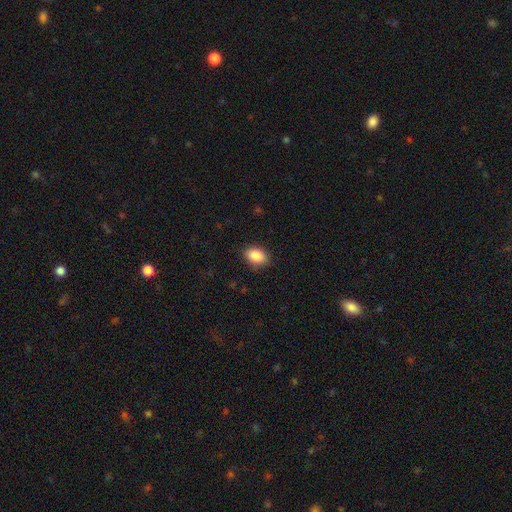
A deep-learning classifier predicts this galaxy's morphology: smooth-or-featured: smooth: 89% | star or artifact: 8% | featured or disk: 4%
  how-rounded: in between: 83% | round: 15% | cigar-shaped: 1%
  merging: none: 86% | minor disturbance: 11% | major disturbance: 3% | merger: 1%